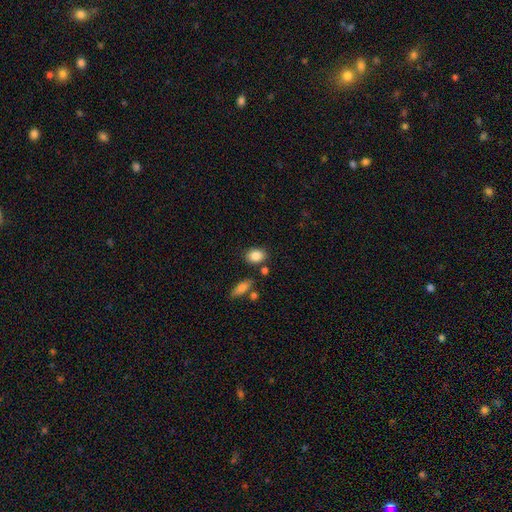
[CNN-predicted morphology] Smooth or featured: smooth — 86% (star or artifact — 8%)
How rounded: in between — 65% (round — 33%)
Merging: none — 79% (minor disturbance — 12%)